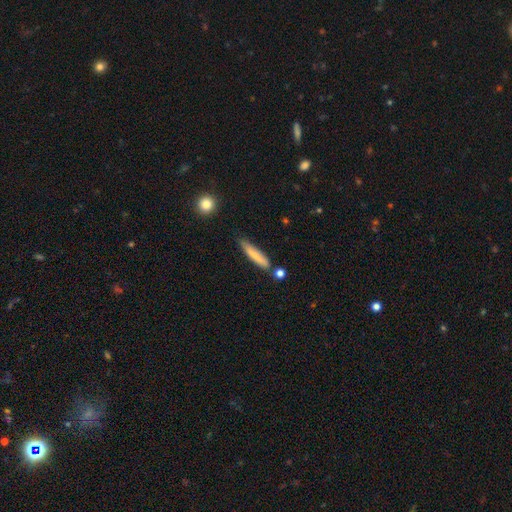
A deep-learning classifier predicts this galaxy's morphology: smooth_or_featured: smooth (p=0.79) [alt: featured or disk p=0.14]
how_rounded: cigar-shaped (p=0.88) [alt: in between p=0.10]
merging: none (p=0.70) [alt: minor disturbance p=0.20]